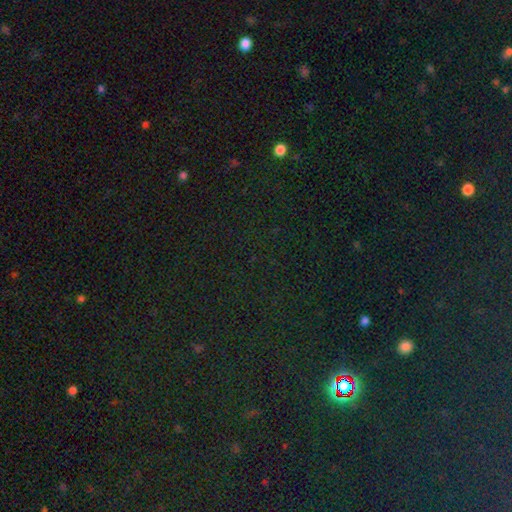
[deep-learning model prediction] Q: Smooth or featured?
A: star or artifact (80%); runner-up: smooth (12%)